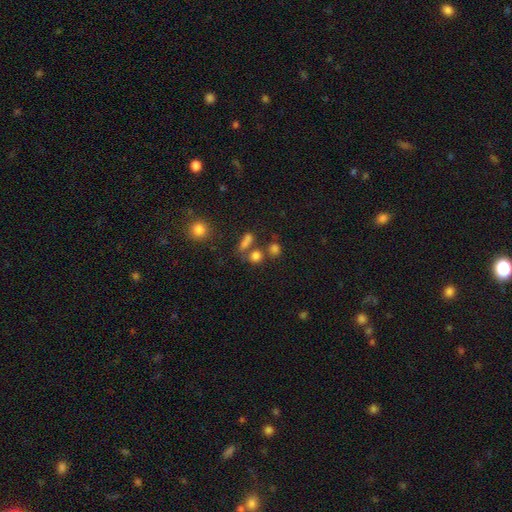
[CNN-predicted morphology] A smooth galaxy with no disk features (77%) that is round (76%). Merging: none (59%).